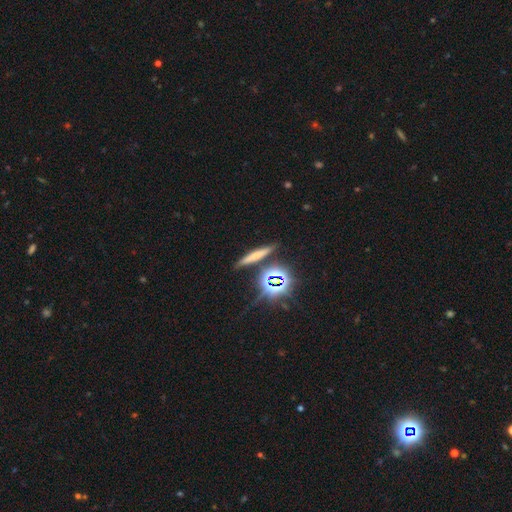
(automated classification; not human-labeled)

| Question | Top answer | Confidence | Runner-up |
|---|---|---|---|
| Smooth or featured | smooth | 51% | star or artifact (26%) |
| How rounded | cigar-shaped | 81% | in between (10%) |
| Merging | none | 80% | minor disturbance (10%) |